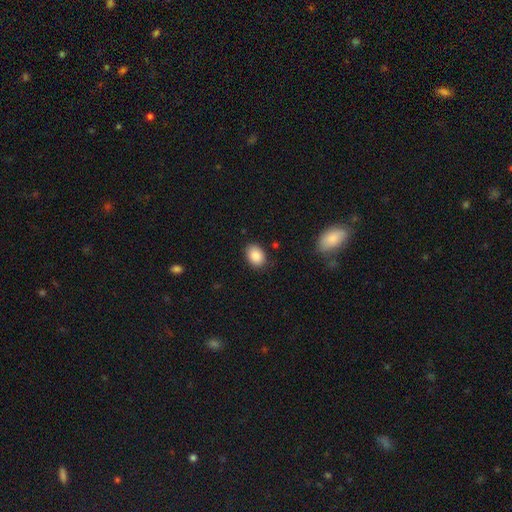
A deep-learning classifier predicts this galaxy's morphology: The model was most divided on "how rounded": in between: 75%, round: 24%, cigar-shaped: 1%. More confident: smooth or featured — smooth (88%); merging — none (83%).